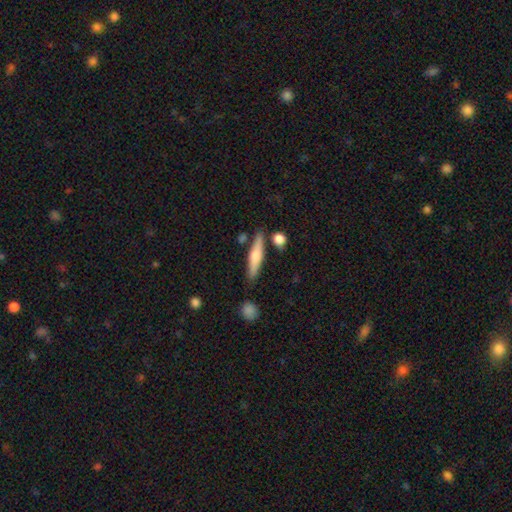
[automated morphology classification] smooth-or-featured: smooth: 50% | featured or disk: 43% | star or artifact: 6%
  how-rounded: cigar-shaped: 82% | in between: 15% | round: 2%
  merging: none: 82% | minor disturbance: 10% | merger: 5% | major disturbance: 2%